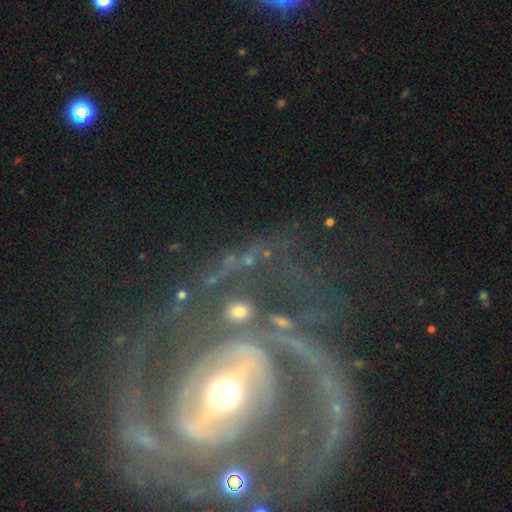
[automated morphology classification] This is clearly a featured or disk galaxy (80%). It is clearly not viewed edge-on (93%). Bar: possibly strong (55%). Spiral arm pattern: likely yes (75%). Spiral arm count: likely 2 (60%). Spiral winding: marginally medium (41%). Central bulge: likely moderate (62%). Merging: possibly none (53%).